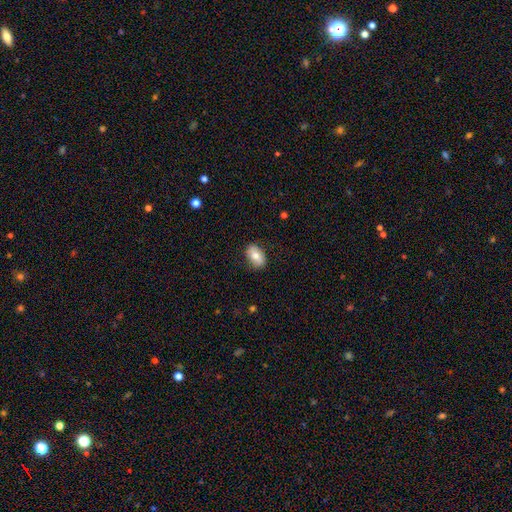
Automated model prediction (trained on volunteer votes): A smooth galaxy with no disk features (72%) that is in between round and cigar-shaped (89%).

Vote fractions:
- Smooth or featured? smooth: 72% / featured or disk: 21% / star or artifact: 7%
- How rounded? in between: 89% / round: 9% / cigar-shaped: 2%
- Merging? none: 83% / minor disturbance: 13% / major disturbance: 3% / merger: 1%